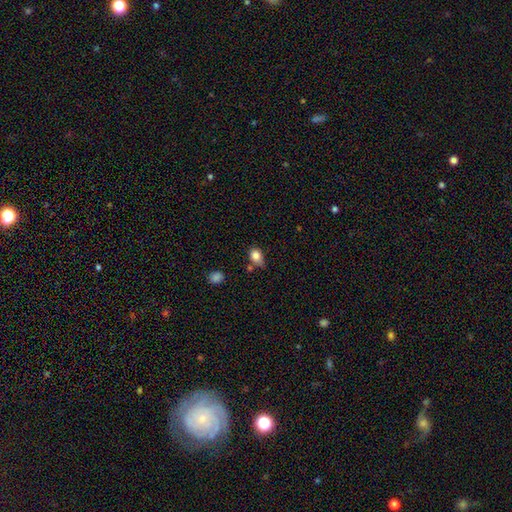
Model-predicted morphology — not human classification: Smooth or featured: smooth — 82% (star or artifact — 10%)
How rounded: in between — 60% (round — 39%)
Merging: none — 50% (minor disturbance — 34%)